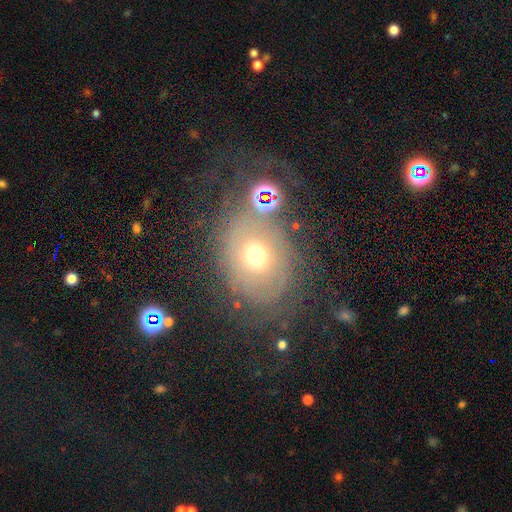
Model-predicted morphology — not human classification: A featured or disk galaxy (48%).

Vote fractions:
- Smooth or featured? featured or disk: 48% / smooth: 36% / star or artifact: 17%
- Merging? none: 59% / minor disturbance: 18% / major disturbance: 18% / merger: 6%